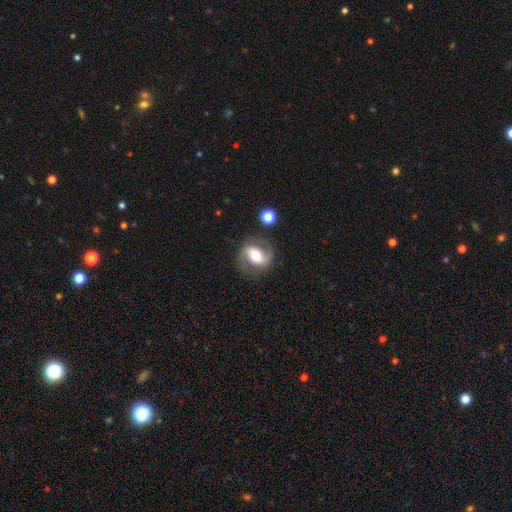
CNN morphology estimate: Q: Smooth or featured?
A: featured or disk (71%); runner-up: smooth (23%)
Q: Edge-on disk?
A: no (97%); runner-up: yes (3%)
Q: Bar?
A: strong (35%); runner-up: weak (34%)
Q: Spiral arms?
A: yes (86%); runner-up: no (14%)
Q: Spiral winding?
A: medium (51%); runner-up: tight (26%)
Q: Spiral arm count?
A: 2 (88%); runner-up: can't tell (6%)
Q: Bulge size?
A: moderate (65%); runner-up: large (19%)
Q: Merging?
A: none (77%); runner-up: minor disturbance (14%)